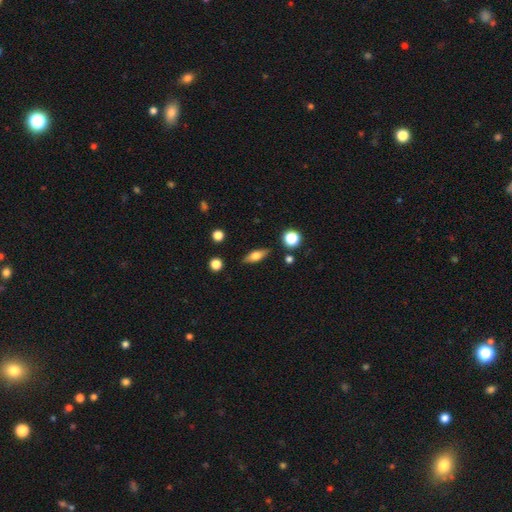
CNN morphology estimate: Smooth or featured: smooth — 58% (featured or disk — 34%)
How rounded: in between — 65% (cigar-shaped — 28%)
Merging: none — 85% (minor disturbance — 10%)